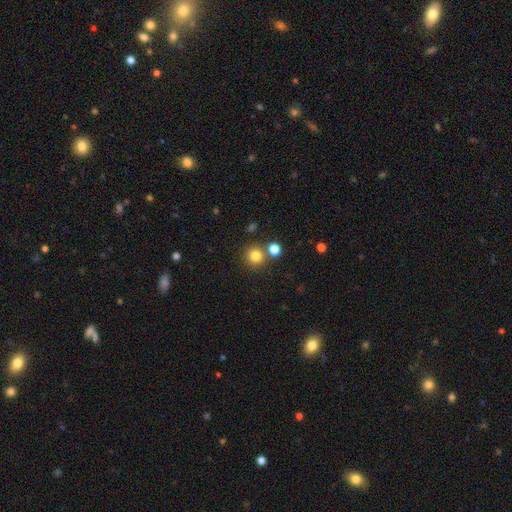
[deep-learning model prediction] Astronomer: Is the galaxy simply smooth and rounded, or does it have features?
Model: smooth — 80%.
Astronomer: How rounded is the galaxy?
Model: round — 93%.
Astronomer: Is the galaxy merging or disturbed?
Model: none — 76%.